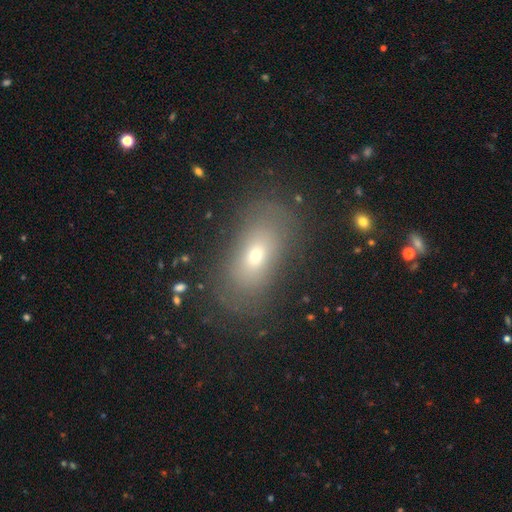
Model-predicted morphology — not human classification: This is possibly a smooth galaxy (59%). How rounded: clearly in between (80%). Merging: likely none (79%).